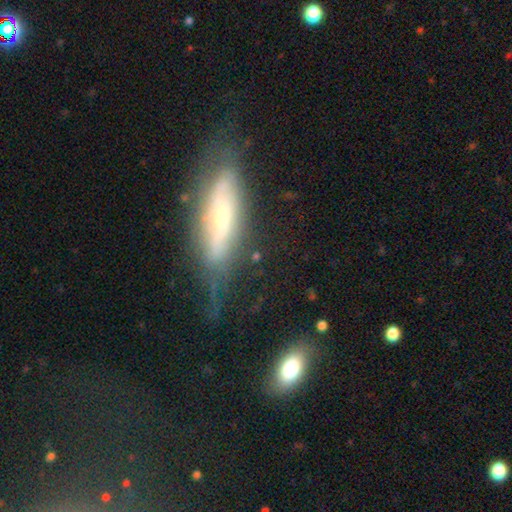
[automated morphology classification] Smooth or featured? featured or disk (59%)
Edge-on disk? yes (60%)
Merging? none (59%)